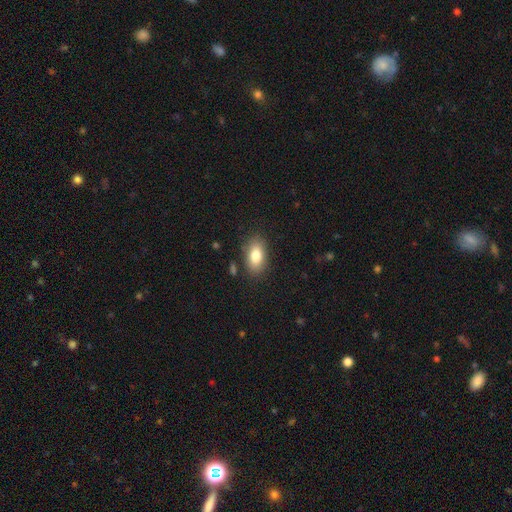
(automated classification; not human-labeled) Overall: smooth (82%). How rounded: in between (91%). Merging: none (83%).